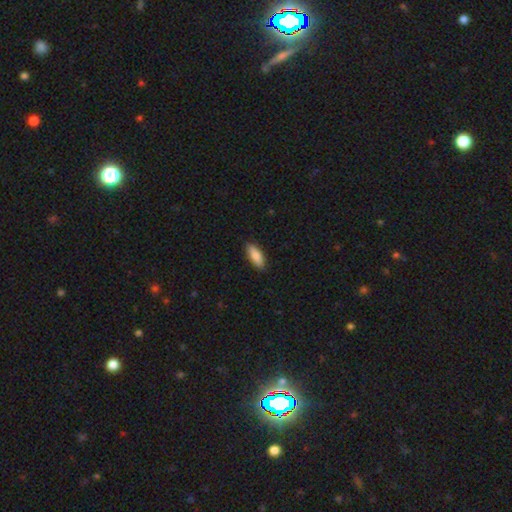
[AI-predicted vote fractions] smooth-or-featured: smooth: 84% | featured or disk: 10% | star or artifact: 6%
  how-rounded: in between: 72% | cigar-shaped: 26% | round: 2%
  merging: none: 87% | minor disturbance: 10% | major disturbance: 2% | merger: 1%